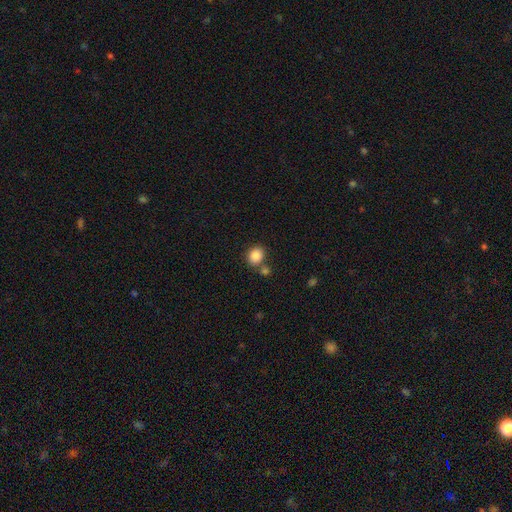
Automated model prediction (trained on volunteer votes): Morphology: type=smooth (87%); roundness=round (60%); merging=none (66%).